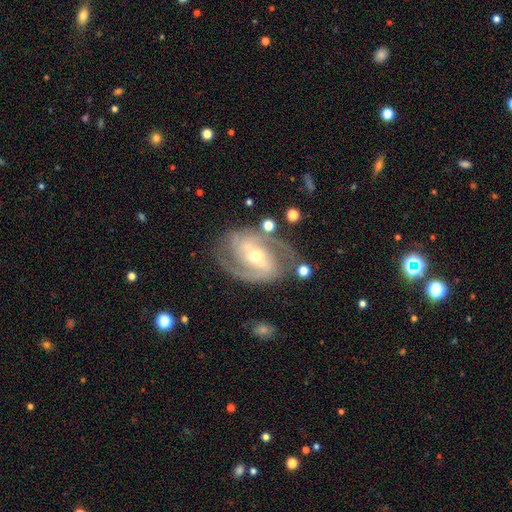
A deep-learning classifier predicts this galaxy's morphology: Overall: featured or disk (90%). Edge-on disk: no (97%). Bar: weak (39%; strong 36%). Spiral arms: yes (97%). Spiral arm count: 2 (65%). Spiral winding: medium (46%; tight 45%). Bulge size: moderate (50%; small 47%). Merging: none (74%).